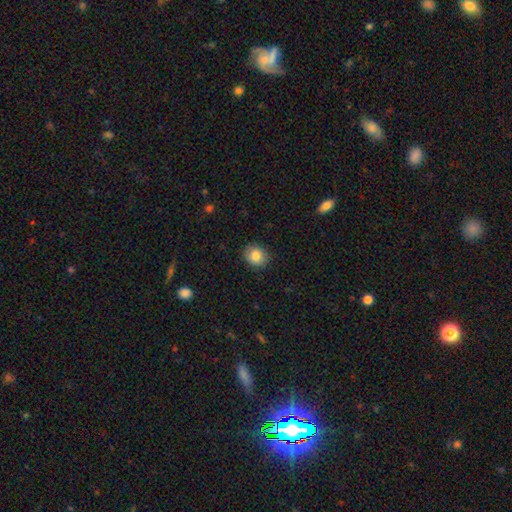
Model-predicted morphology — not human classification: smooth-or-featured: smooth: 84% | star or artifact: 9% | featured or disk: 7%
  how-rounded: round: 69% | in between: 30% | cigar-shaped: 1%
  merging: none: 89% | minor disturbance: 9% | major disturbance: 2% | merger: 1%